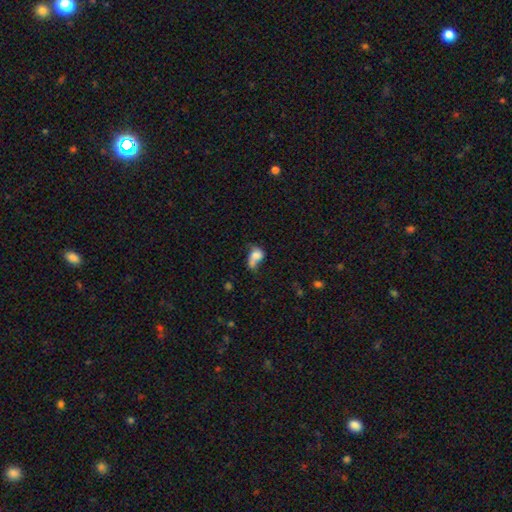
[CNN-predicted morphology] Smooth or featured? Predicted: smooth (p=0.66). How rounded? Predicted: in between (p=0.61). Merging? Predicted: merger (p=0.40).